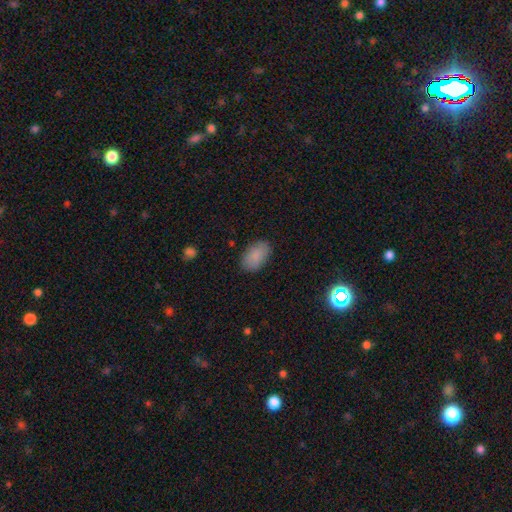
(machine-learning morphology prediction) smooth_or_featured: smooth (p=0.87) [alt: star or artifact p=0.07]
how_rounded: in between (p=0.93) [alt: round p=0.06]
merging: none (p=0.85) [alt: minor disturbance p=0.11]